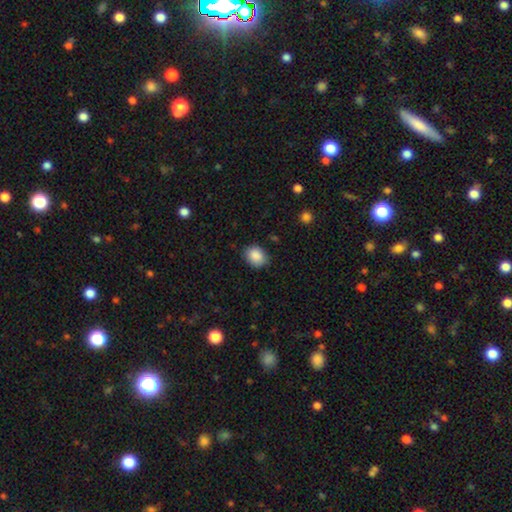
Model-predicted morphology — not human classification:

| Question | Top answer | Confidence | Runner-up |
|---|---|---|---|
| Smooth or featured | smooth | 88% | star or artifact (8%) |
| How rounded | round | 51% | in between (48%) |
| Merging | none | 79% | minor disturbance (16%) |